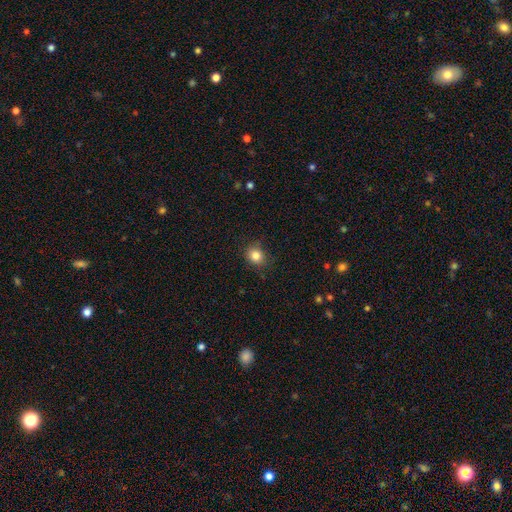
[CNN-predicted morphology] Smooth or featured? smooth (84%)
How rounded? round (66%)
Merging? none (85%)